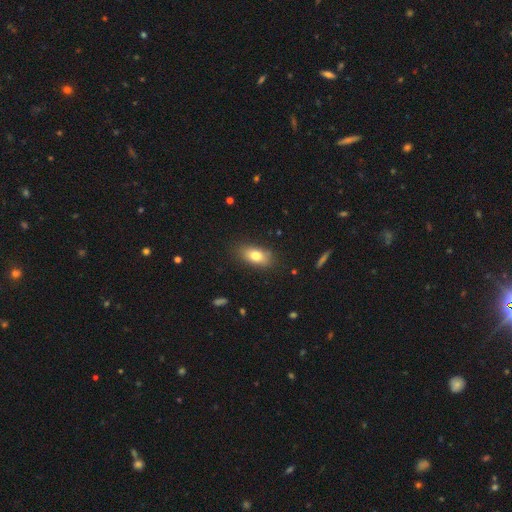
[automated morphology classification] smooth 79%, featured or disk 13%, star or artifact 9%. Down the decision tree: how rounded — in between (86%); merging — none (82%).